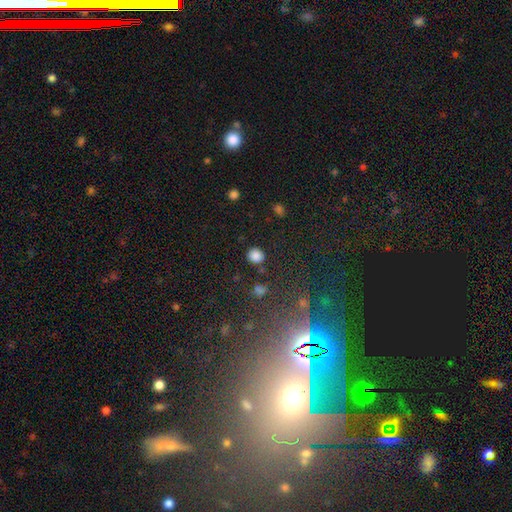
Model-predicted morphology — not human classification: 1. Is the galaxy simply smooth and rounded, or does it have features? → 84% smooth, 12% star or artifact, 4% featured or disk.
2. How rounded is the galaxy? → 82% round, 17% in between, 1% cigar-shaped.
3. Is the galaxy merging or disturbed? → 87% none, 8% minor disturbance, 3% major disturbance, 2% merger.